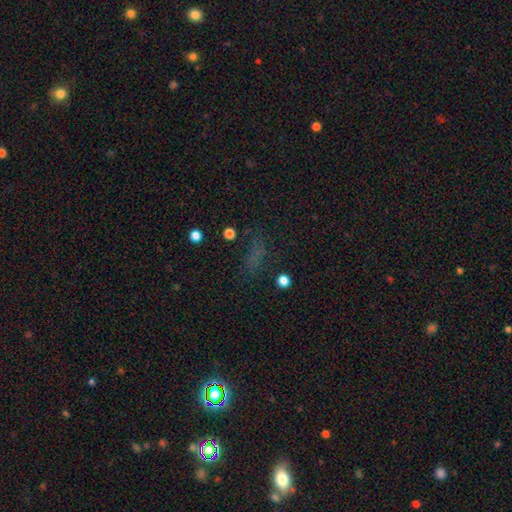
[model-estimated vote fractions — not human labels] smooth 45%, star or artifact 41%, featured or disk 14%. Down the decision tree: merging — none (66%).